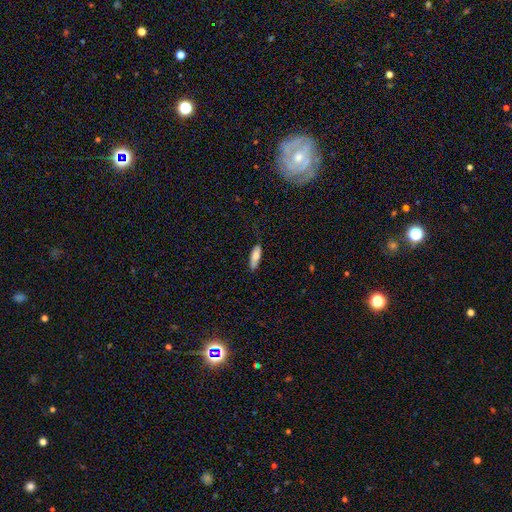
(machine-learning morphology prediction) The model was most divided on "how rounded": in between: 54%, cigar-shaped: 44%, round: 2%. More confident: smooth or featured — smooth (77%); merging — none (72%).